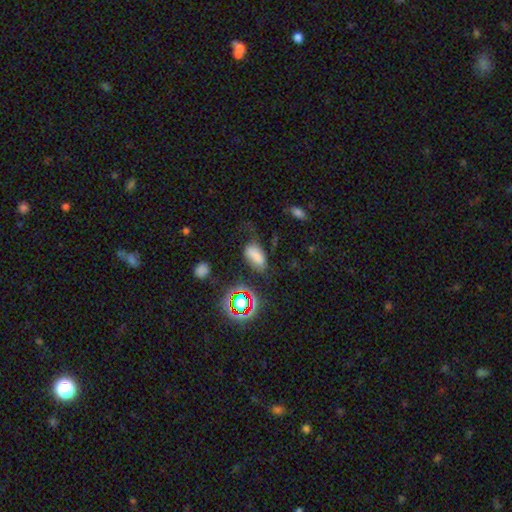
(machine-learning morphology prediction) Smooth or featured? smooth (67%)
How rounded? in between (91%)
Merging? none (49%)